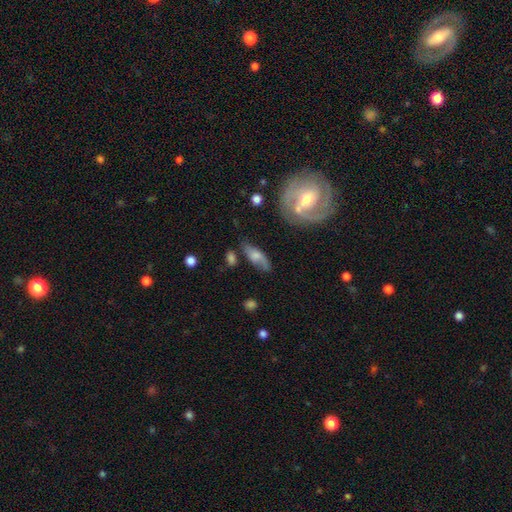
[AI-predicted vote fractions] Smooth or featured? smooth (55%)
How rounded? in between (72%)
Merging? none (65%)